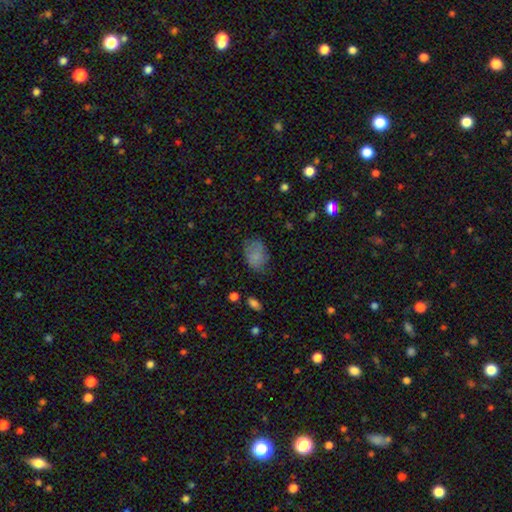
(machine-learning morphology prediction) Smooth or featured: smooth — 77% (featured or disk — 12%)
How rounded: in between — 76% (round — 22%)
Merging: none — 62% (minor disturbance — 26%)